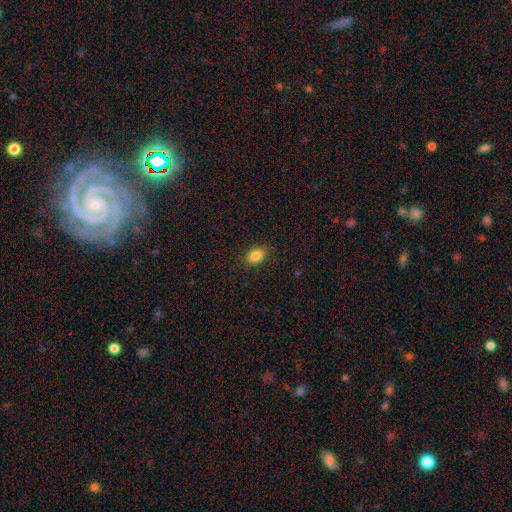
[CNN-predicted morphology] Smooth or featured? Predicted: smooth (p=0.86). How rounded? Predicted: in between (p=0.76). Merging? Predicted: none (p=0.88).